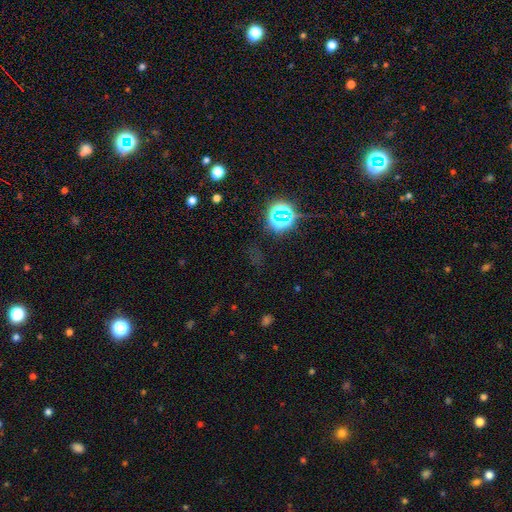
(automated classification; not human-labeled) Smooth or featured?
  - star or artifact: 70% *
  - smooth: 21%
  - featured or disk: 9%